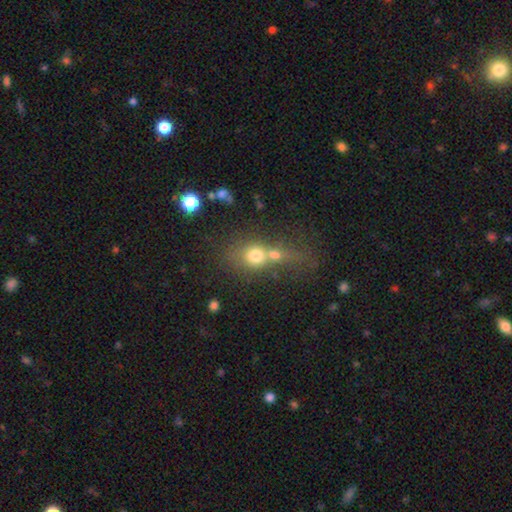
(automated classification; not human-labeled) Morphology: type=smooth (69%); roundness=round (68%); merging=merger (59%).